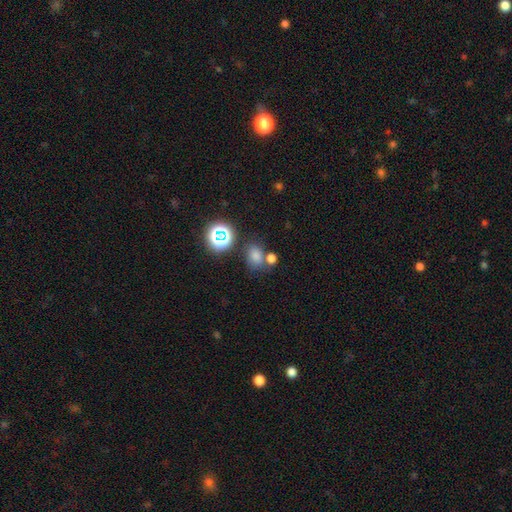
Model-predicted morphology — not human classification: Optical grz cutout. It shows a smooth galaxy with no disk features (61%) that is round (51%). Merging: none (64%).